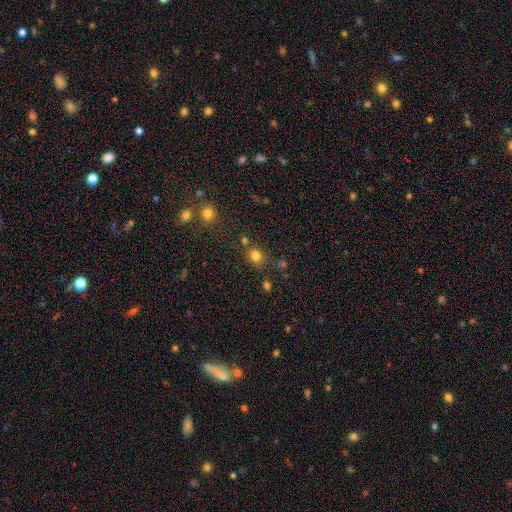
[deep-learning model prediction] Smooth or featured? smooth (79%)
How rounded? round (64%)
Merging? none (72%)